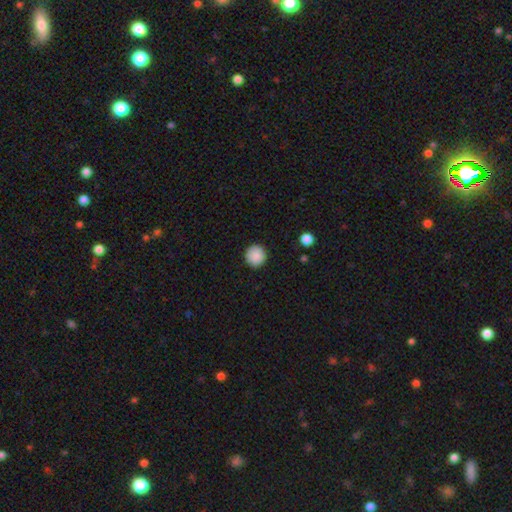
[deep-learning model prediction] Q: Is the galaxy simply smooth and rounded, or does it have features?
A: smooth — 88%.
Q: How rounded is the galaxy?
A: round — 95%.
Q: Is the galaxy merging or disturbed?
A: none — 92%.